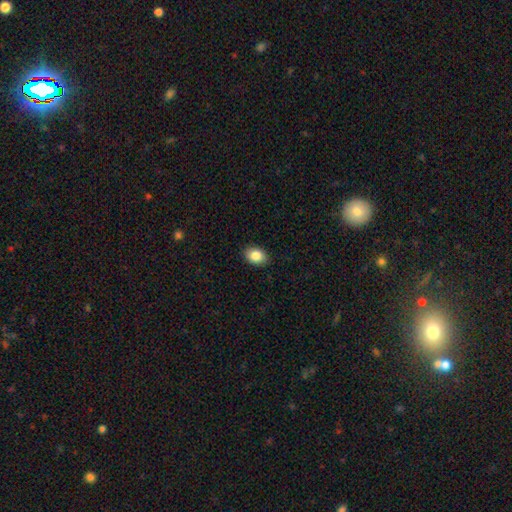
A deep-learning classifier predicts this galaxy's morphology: type=smooth (86%); roundness=in between (72%); merging=none (89%).